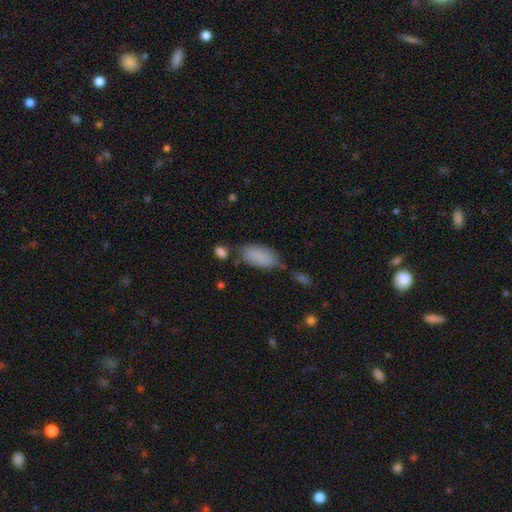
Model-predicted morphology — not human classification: Smooth or featured? smooth (86%)
How rounded? in between (91%)
Merging? none (59%)